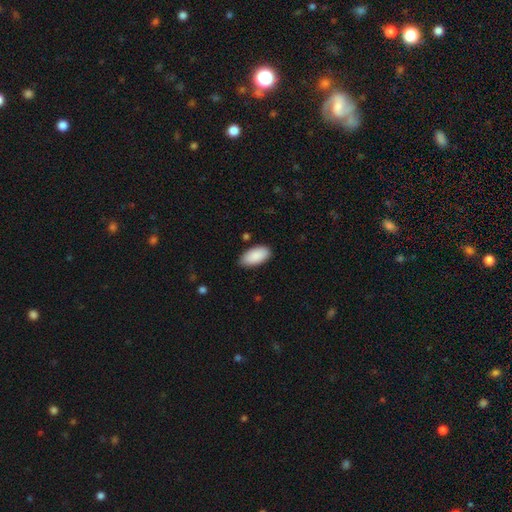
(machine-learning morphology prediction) Smooth or featured: smooth — 90% (star or artifact — 6%)
How rounded: in between — 95% (cigar-shaped — 4%)
Merging: none — 83% (minor disturbance — 13%)